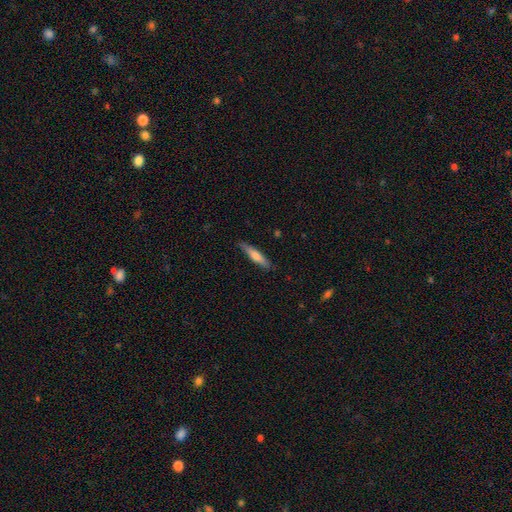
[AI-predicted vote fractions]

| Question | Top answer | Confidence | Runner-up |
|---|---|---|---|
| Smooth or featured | smooth | 63% | featured or disk (32%) |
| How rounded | cigar-shaped | 86% | in between (12%) |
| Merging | none | 87% | minor disturbance (10%) |